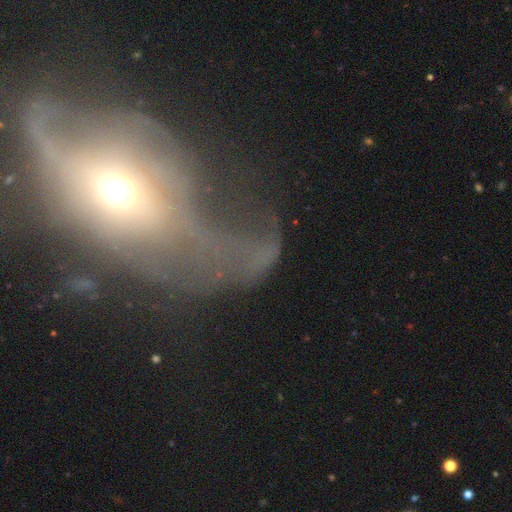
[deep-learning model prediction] A featured or disk galaxy (44%).

Vote fractions:
- Smooth or featured? featured or disk: 44% / smooth: 31% / star or artifact: 25%
- Merging? major disturbance: 60% / none: 19% / minor disturbance: 11% / merger: 9%